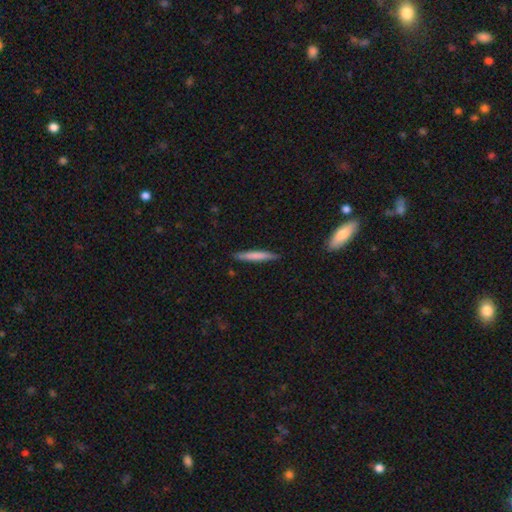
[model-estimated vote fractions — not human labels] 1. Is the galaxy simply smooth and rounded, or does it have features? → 71% smooth, 23% featured or disk, 5% star or artifact.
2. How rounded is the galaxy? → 95% cigar-shaped, 4% in between, 1% round.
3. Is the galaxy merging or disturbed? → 89% none, 8% minor disturbance, 2% major disturbance, 1% merger.